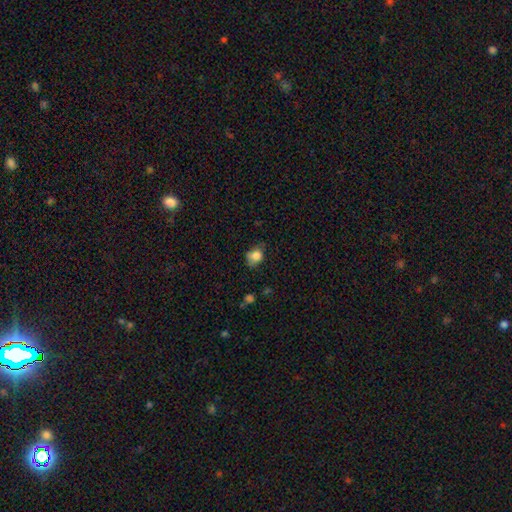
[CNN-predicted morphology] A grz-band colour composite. It shows a smooth galaxy with no disk features (80%) that is in between round and cigar-shaped (53%). Merging: none (49%).